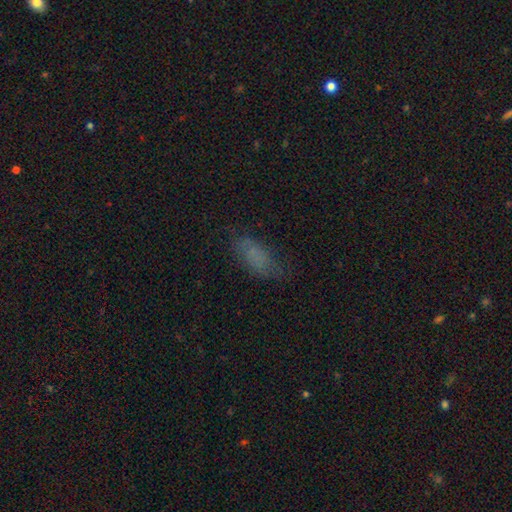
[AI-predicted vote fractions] Smooth or featured: smooth — 70% (featured or disk — 17%)
How rounded: in between — 82% (cigar-shaped — 15%)
Merging: none — 66% (minor disturbance — 22%)